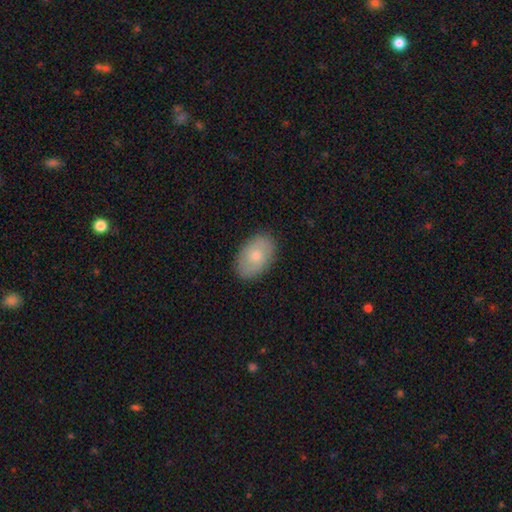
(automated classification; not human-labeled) Overall: smooth (62%; featured or disk 32%). How rounded: in between (87%). Merging: none (86%).